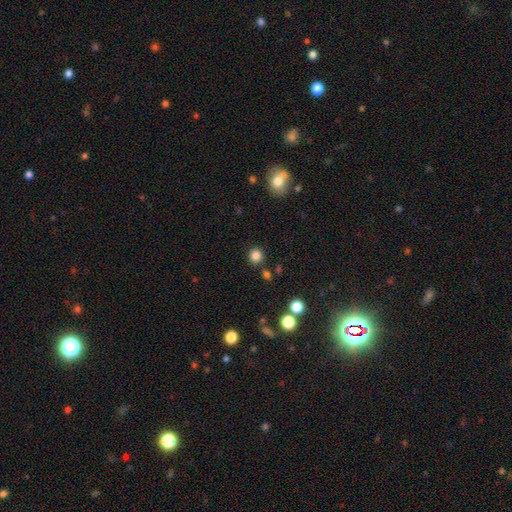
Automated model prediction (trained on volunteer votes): This appears to be a smooth galaxy with no disk features (83%) that is round (89%). Merging: none (85%).